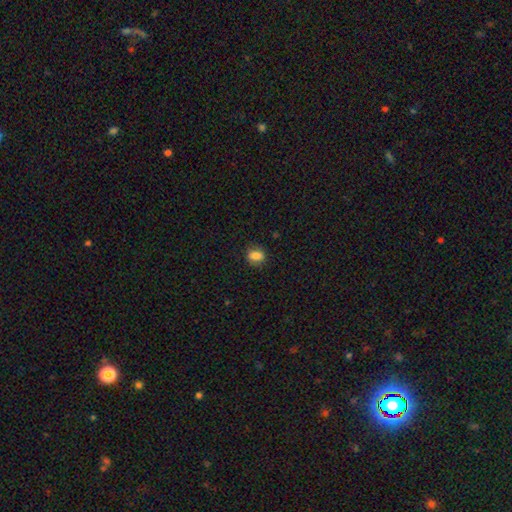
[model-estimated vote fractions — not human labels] This appears to be a smooth galaxy with no disk features (82%) that is in between round and cigar-shaped (61%). Merging: none (80%).